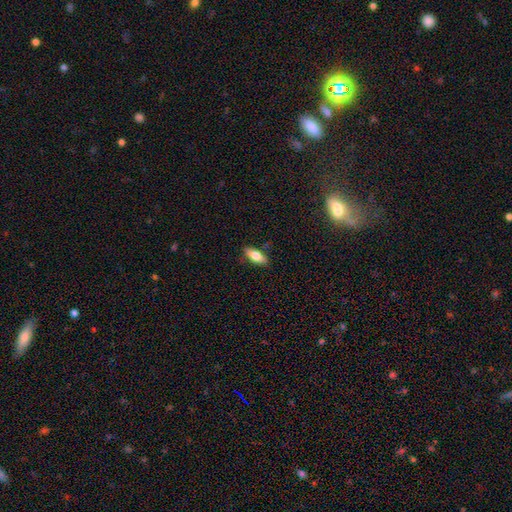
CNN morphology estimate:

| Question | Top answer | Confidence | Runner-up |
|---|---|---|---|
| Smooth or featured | smooth | 72% | featured or disk (21%) |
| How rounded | in between | 76% | cigar-shaped (21%) |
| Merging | none | 85% | minor disturbance (11%) |